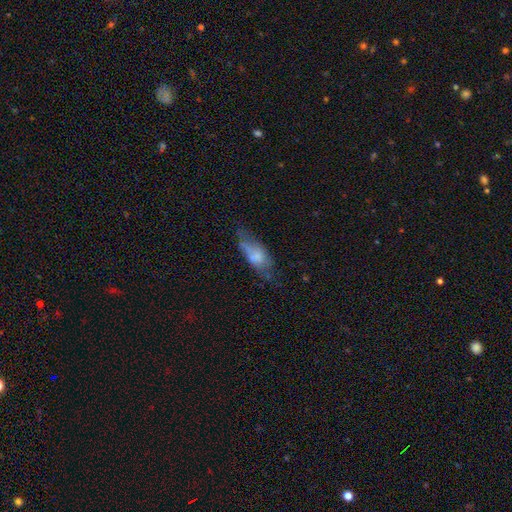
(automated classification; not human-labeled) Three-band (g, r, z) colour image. It shows a smooth galaxy with no disk features (59%) that is in between round and cigar-shaped (74%). Merging: none (39%).